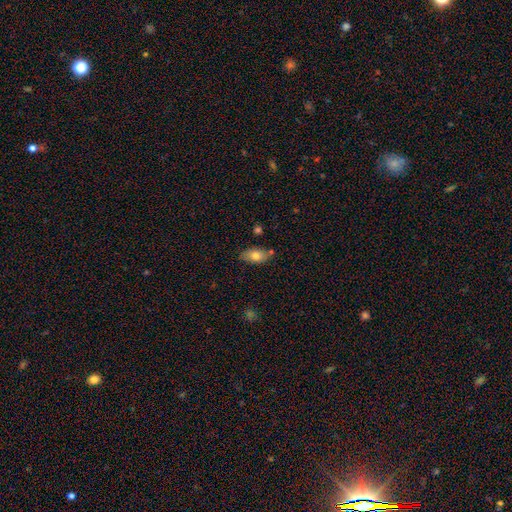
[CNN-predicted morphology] Smooth or featured? Predicted: smooth (p=0.77). How rounded? Predicted: in between (p=0.91). Merging? Predicted: none (p=0.75).